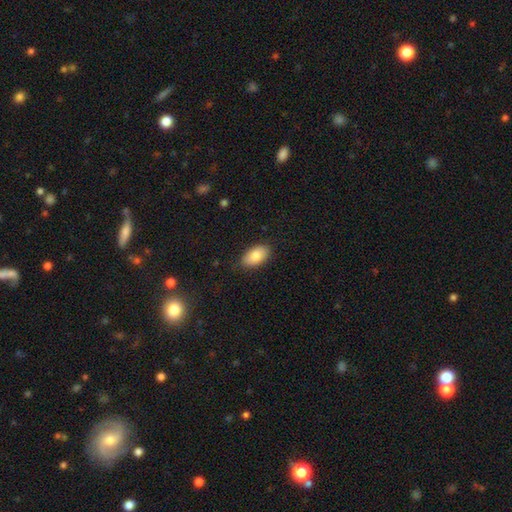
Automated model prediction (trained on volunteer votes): Q: Smooth or featured?
A: smooth (83%); runner-up: featured or disk (10%)
Q: How rounded?
A: in between (93%); runner-up: round (5%)
Q: Merging?
A: none (84%); runner-up: minor disturbance (13%)